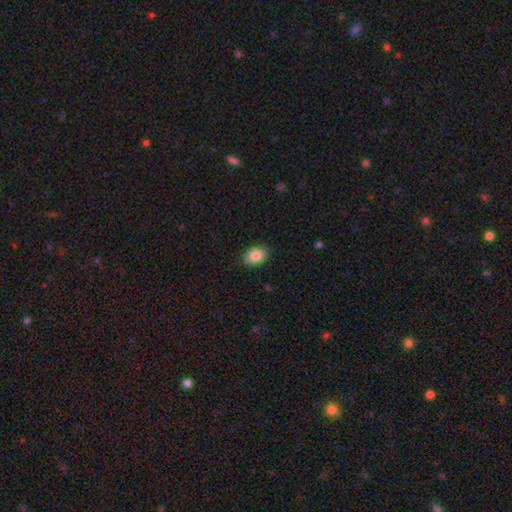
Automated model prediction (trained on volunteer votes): smooth-or-featured: smooth: 85% | star or artifact: 8% | featured or disk: 7%
  how-rounded: in between: 78% | round: 21% | cigar-shaped: 1%
  merging: none: 88% | minor disturbance: 9% | major disturbance: 2% | merger: 1%